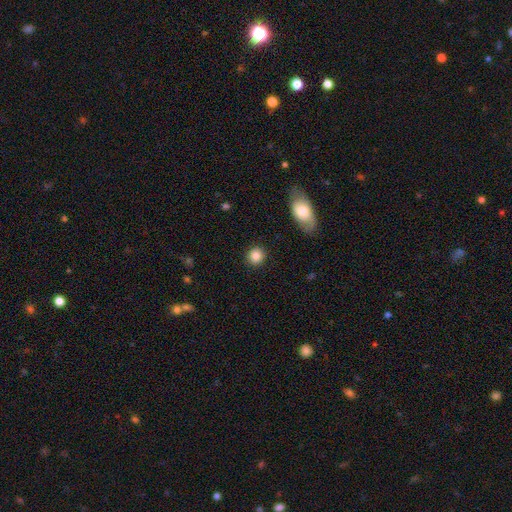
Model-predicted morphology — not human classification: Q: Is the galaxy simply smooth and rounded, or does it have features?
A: smooth — 86%.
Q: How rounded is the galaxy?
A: round — 88%.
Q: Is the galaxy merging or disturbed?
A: none — 91%.